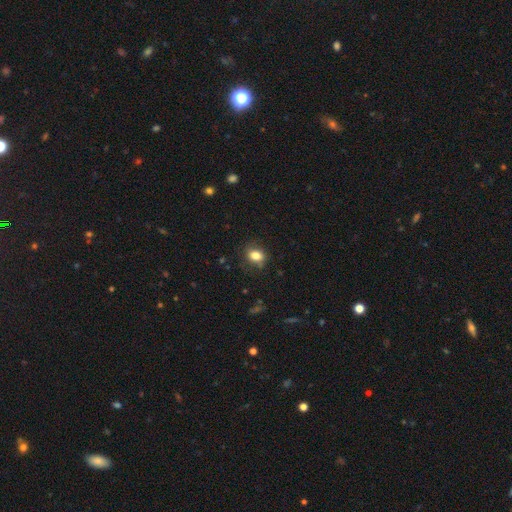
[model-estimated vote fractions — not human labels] Q: Smooth or featured?
A: smooth (81%); runner-up: star or artifact (10%)
Q: How rounded?
A: in between (56%); runner-up: round (42%)
Q: Merging?
A: none (78%); runner-up: minor disturbance (16%)